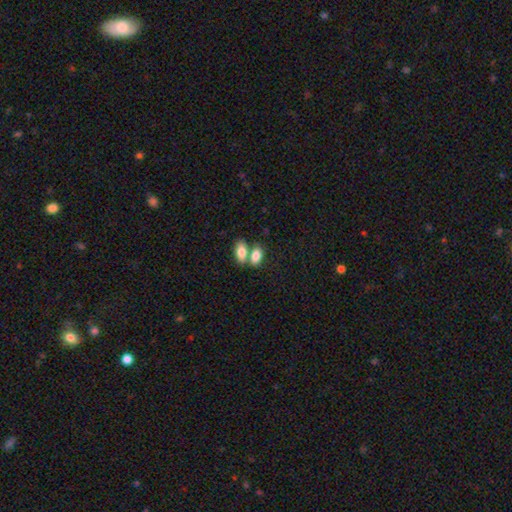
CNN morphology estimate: Smooth or featured? Predicted: smooth (p=0.83). How rounded? Predicted: in between (p=0.89). Merging? Predicted: merger (p=0.52).